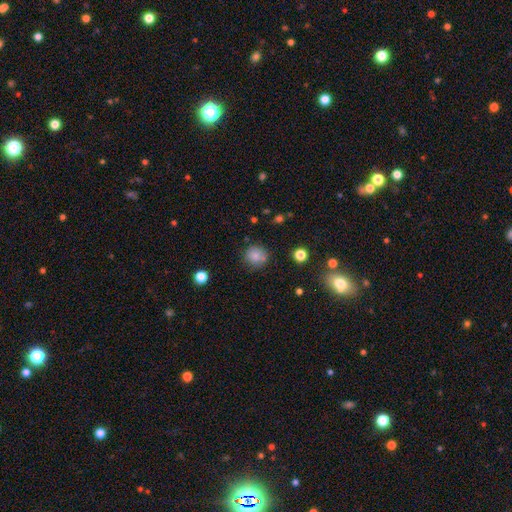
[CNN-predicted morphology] A smooth galaxy with no disk features (82%) that is round (89%). Merging: none (76%).